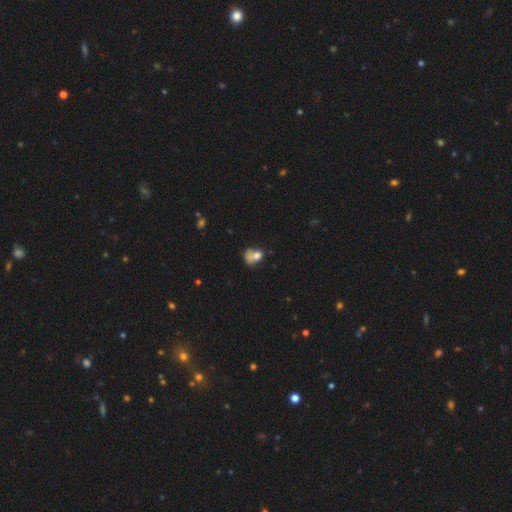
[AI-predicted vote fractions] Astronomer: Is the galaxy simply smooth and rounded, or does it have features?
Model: smooth — 67%.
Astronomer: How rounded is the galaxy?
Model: in between — 54% (runner-up: round, 45%).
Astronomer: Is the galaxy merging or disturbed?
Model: merger — 30% (runner-up: none, 27%).